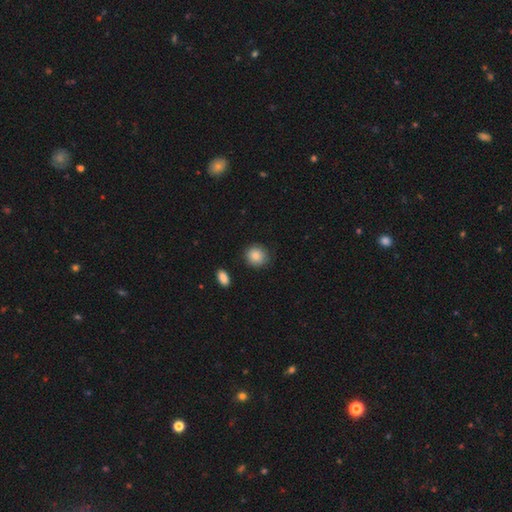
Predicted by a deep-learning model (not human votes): Smooth or featured? Predicted: smooth (p=0.85). How rounded? Predicted: round (p=0.83). Merging? Predicted: none (p=0.85).